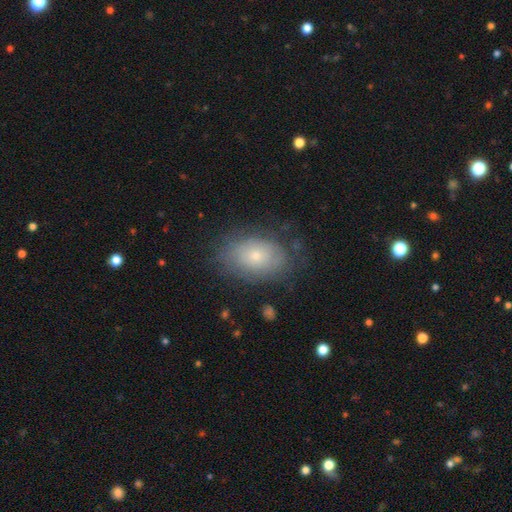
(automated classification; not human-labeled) This appears to be a smooth galaxy with no disk features (59%) that is in between round and cigar-shaped (86%). Merging: none (72%).